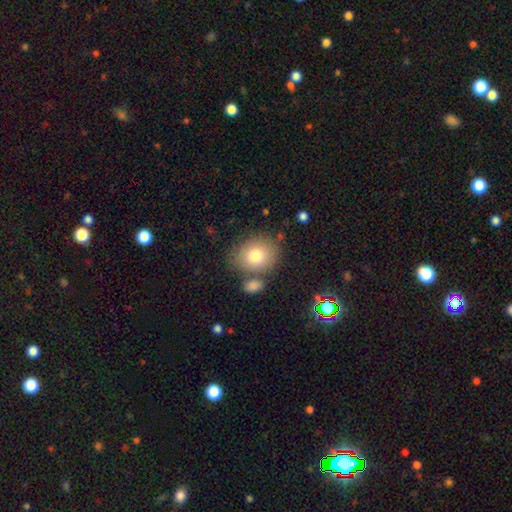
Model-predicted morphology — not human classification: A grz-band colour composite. It shows a smooth galaxy with no disk features (79%) that is round (59%). Merging: none (68%).